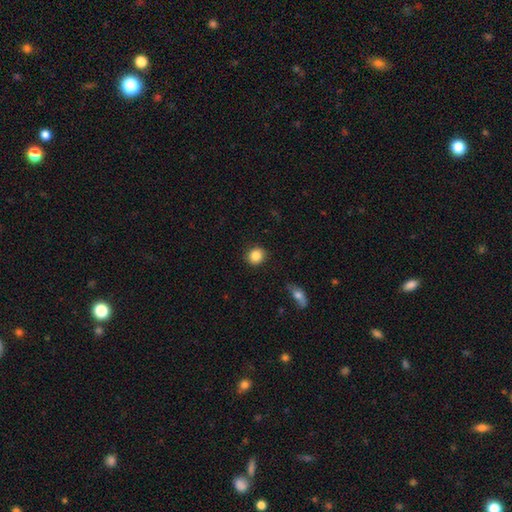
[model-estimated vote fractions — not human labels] A smooth galaxy with no disk features (86%) that is round (83%).

Vote fractions:
- Smooth or featured? smooth: 86% / star or artifact: 9% / featured or disk: 5%
- How rounded? round: 83% / in between: 16% / cigar-shaped: 1%
- Merging? none: 90% / minor disturbance: 7% / major disturbance: 2% / merger: 1%